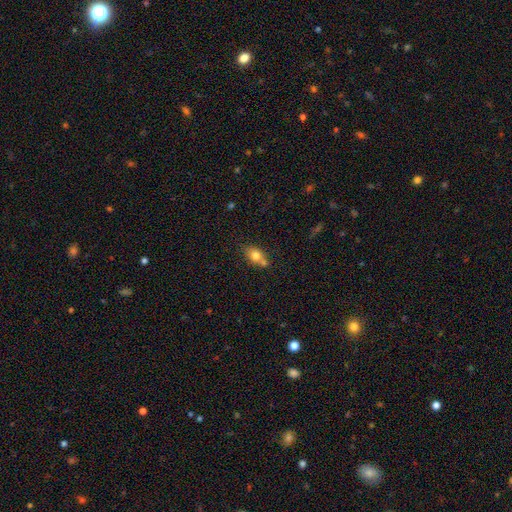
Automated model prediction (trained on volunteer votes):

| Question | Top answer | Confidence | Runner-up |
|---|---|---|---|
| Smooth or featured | smooth | 74% | featured or disk (17%) |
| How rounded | in between | 65% | round (32%) |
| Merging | none | 50% | merger (28%) |